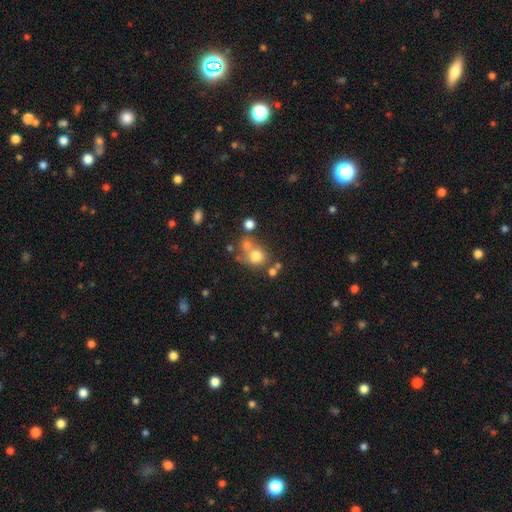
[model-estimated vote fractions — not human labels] Overall: smooth (72%). How rounded: round (79%). Merging: none (52%; merger 30%).